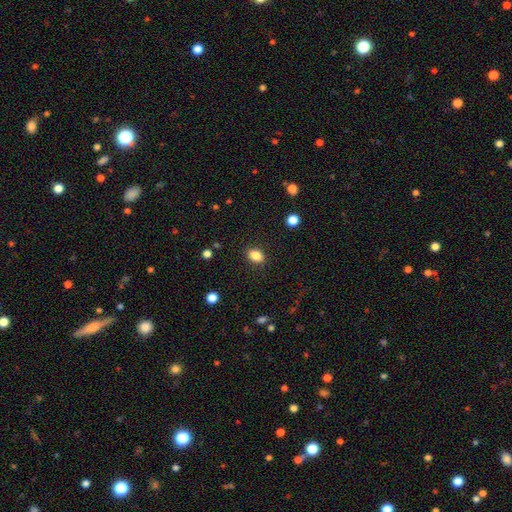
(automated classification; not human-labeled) This appears to be a smooth galaxy with no disk features (86%) that is in between round and cigar-shaped (77%). Merging: none (88%).